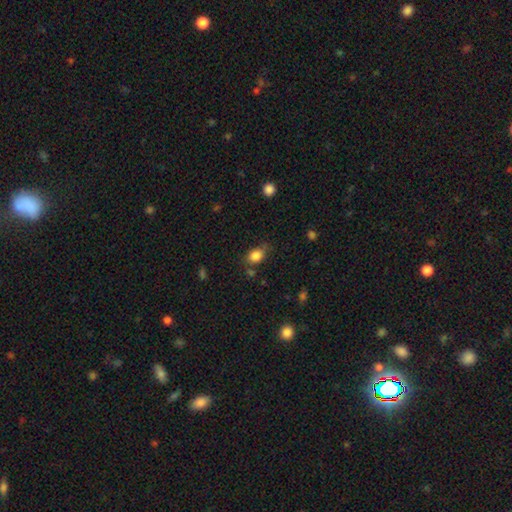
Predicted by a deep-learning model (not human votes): Smooth or featured? smooth (84%)
How rounded? in between (65%)
Merging? none (70%)